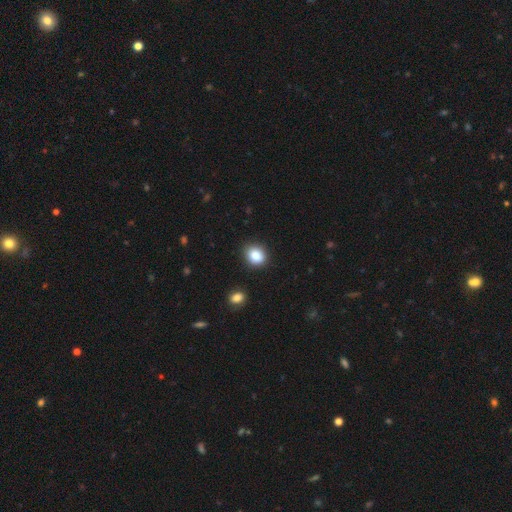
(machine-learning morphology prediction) Q: Smooth or featured?
A: smooth (86%); runner-up: star or artifact (9%)
Q: How rounded?
A: round (62%); runner-up: in between (37%)
Q: Merging?
A: none (87%); runner-up: minor disturbance (9%)